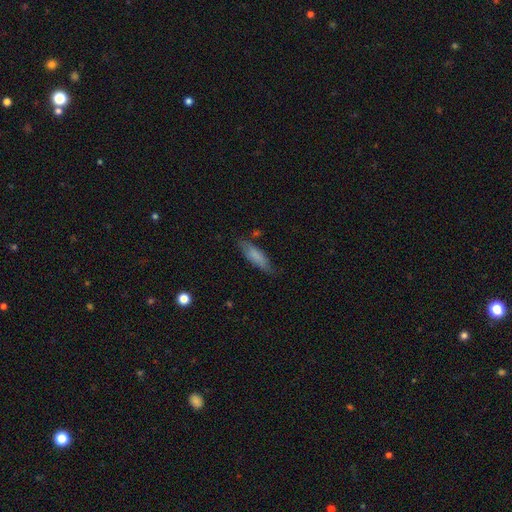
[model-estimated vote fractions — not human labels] Smooth or featured: smooth — 76% (featured or disk — 18%)
How rounded: cigar-shaped — 59% (in between — 40%)
Merging: none — 74% (minor disturbance — 20%)